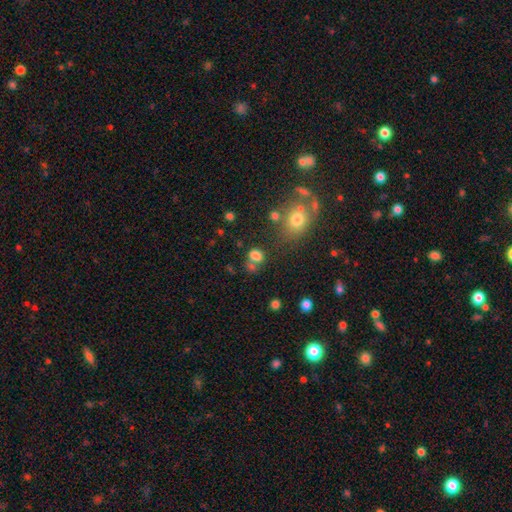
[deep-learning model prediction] The model was most divided on "how rounded": round: 54%, in between: 45%, cigar-shaped: 1%. More confident: smooth or featured — smooth (76%); merging — none (53%).